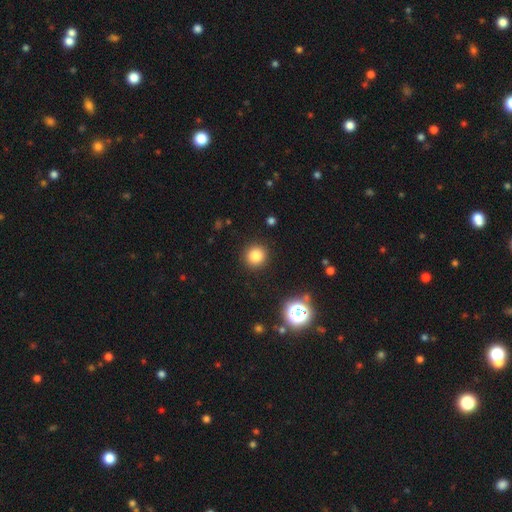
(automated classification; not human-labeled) Smooth or featured?
  - smooth: 82% *
  - star or artifact: 13%
  - featured or disk: 5%
How rounded?
  - round: 93% *
  - in between: 6%
  - cigar-shaped: 1%
Merging?
  - none: 91% *
  - minor disturbance: 6%
  - major disturbance: 2%
  - merger: 1%